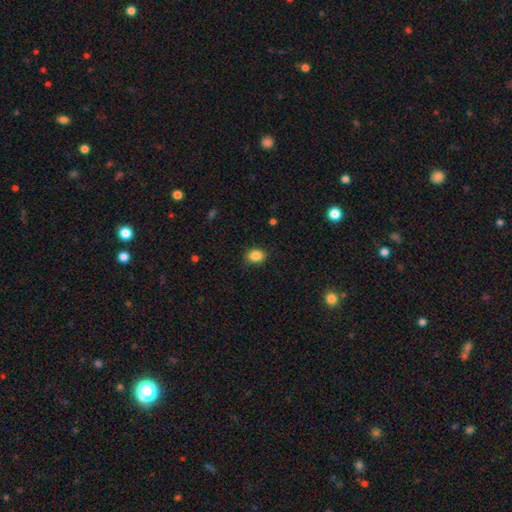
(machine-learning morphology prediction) type=smooth (86%); roundness=in between (61%); merging=none (82%).